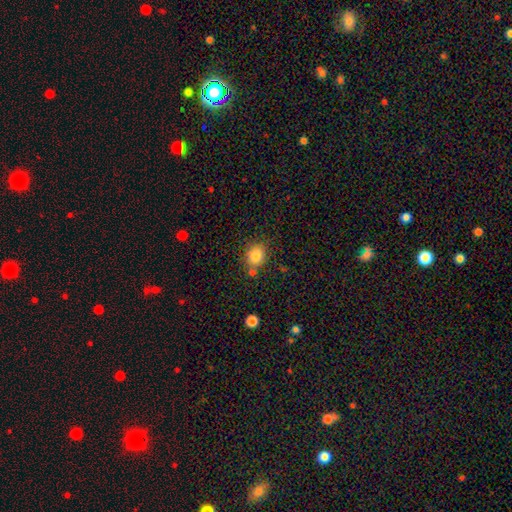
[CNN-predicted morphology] Overall: smooth (83%). How rounded: round (71%). Merging: none (72%).